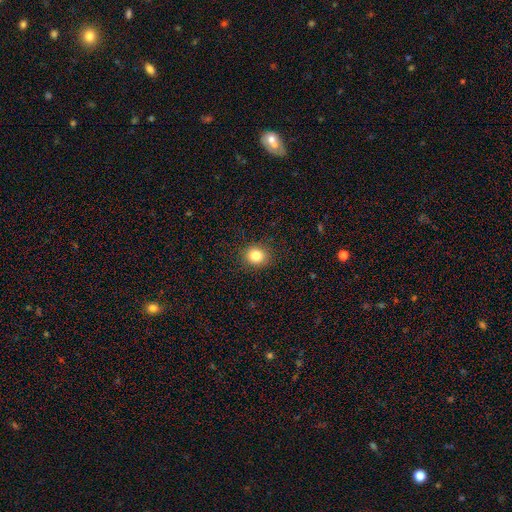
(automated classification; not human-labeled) This is clearly a smooth galaxy (82%). How rounded: likely round (78%). Merging: clearly none (90%).